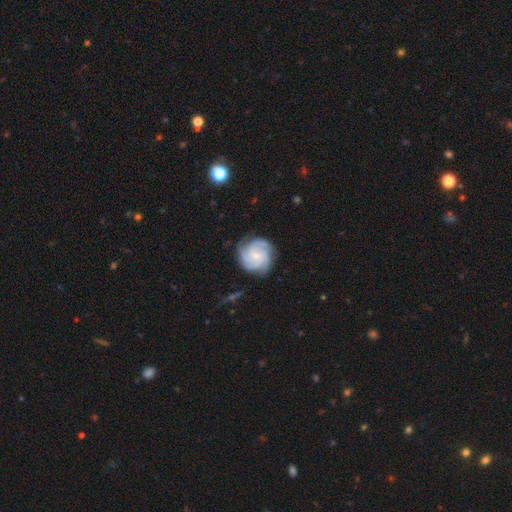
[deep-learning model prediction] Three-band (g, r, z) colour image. It shows a featured or disk galaxy (83%) with no bar (67%), 3 (35%) tight (64%) spiral arms (97%) and a small central bulge (70%). Merging: none (79%).